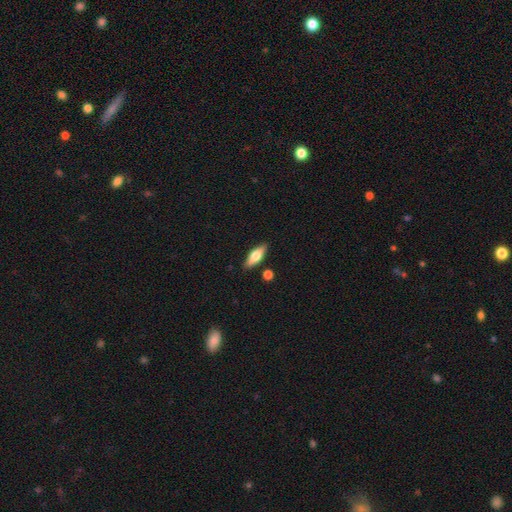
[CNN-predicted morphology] A smooth galaxy with no disk features (55%) that is in between round and cigar-shaped (55%). Merging: none (86%).